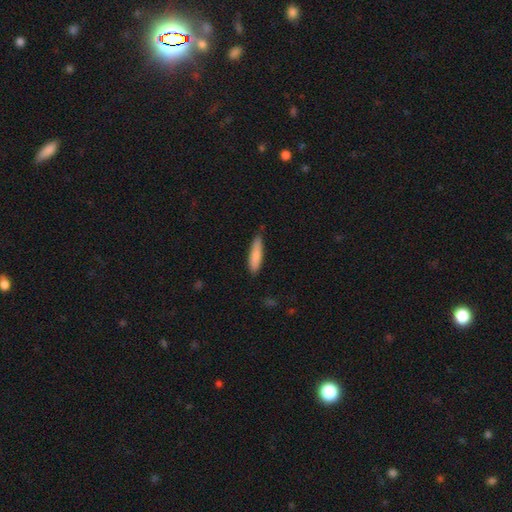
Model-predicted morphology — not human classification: Smooth or featured?
  - smooth: 83% *
  - featured or disk: 12%
  - star or artifact: 6%
How rounded?
  - cigar-shaped: 73% *
  - in between: 25%
  - round: 1%
Merging?
  - none: 73% *
  - minor disturbance: 22%
  - major disturbance: 3%
  - merger: 2%